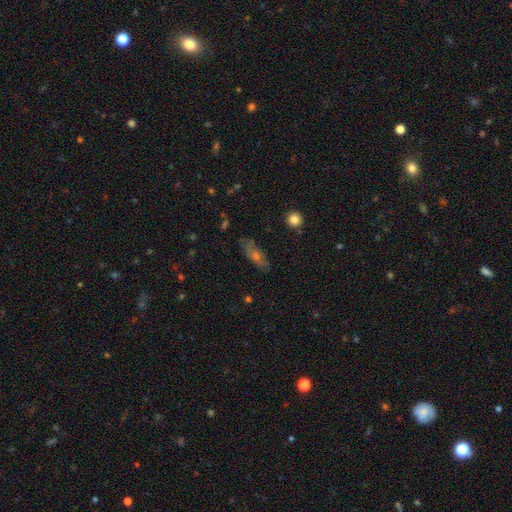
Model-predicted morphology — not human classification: A featured or disk galaxy (44%). Merging: none (79%).